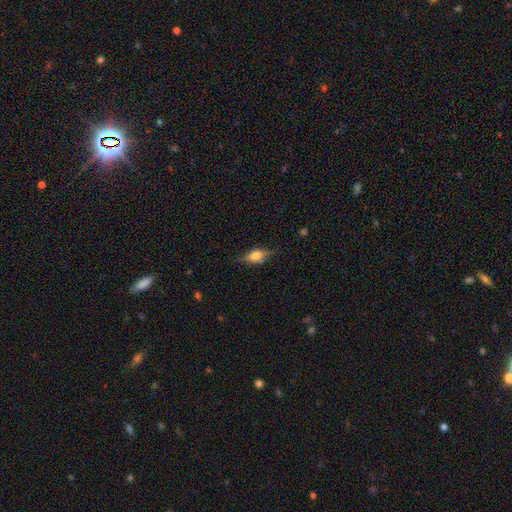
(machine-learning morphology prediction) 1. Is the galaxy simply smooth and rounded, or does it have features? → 53% featured or disk, 38% smooth, 9% star or artifact.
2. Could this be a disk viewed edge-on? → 92% yes, 8% no.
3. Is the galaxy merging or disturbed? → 78% none, 17% minor disturbance, 4% major disturbance, 1% merger.